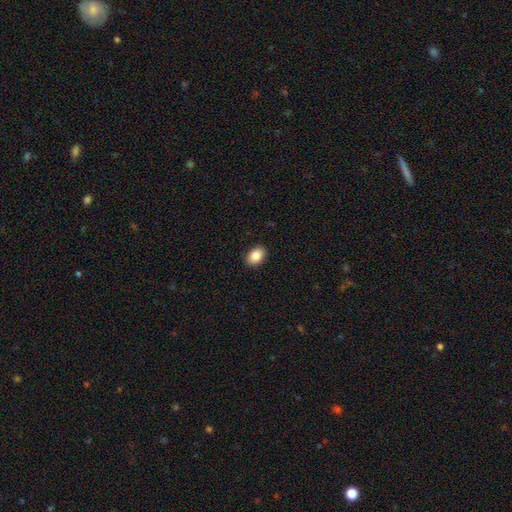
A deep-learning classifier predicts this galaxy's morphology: This appears to be a smooth galaxy with no disk features (87%) that is in between round and cigar-shaped (81%). Merging: none (90%).